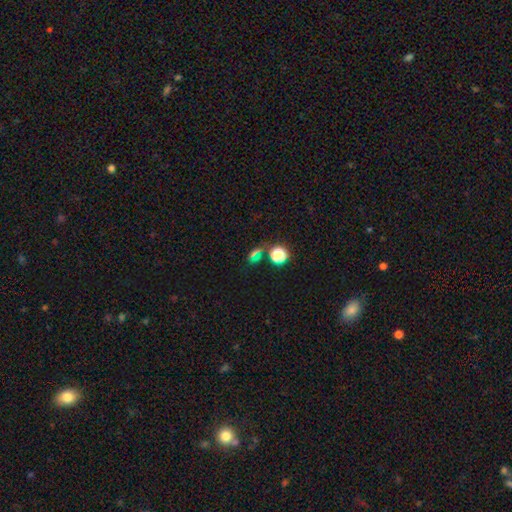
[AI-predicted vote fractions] star or artifact 45%, smooth 43%, featured or disk 11%.